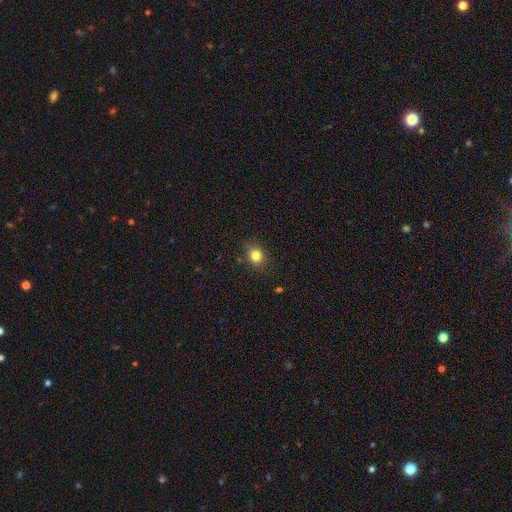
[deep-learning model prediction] A smooth galaxy with no disk features (82%) that is round (75%). Merging: none (85%).